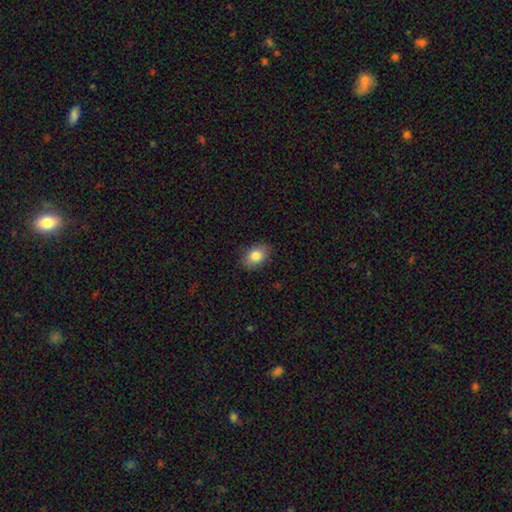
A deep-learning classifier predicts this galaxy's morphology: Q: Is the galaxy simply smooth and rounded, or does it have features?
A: smooth — 84%.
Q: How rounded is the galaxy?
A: in between — 76%.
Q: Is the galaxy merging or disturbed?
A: none — 85%.